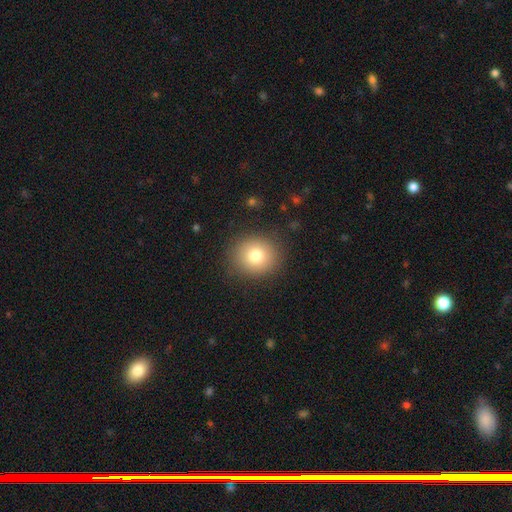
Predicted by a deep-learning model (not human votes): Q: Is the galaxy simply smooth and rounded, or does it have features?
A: smooth — 78%.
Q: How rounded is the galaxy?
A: round — 84%.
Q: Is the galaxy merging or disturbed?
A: none — 87%.